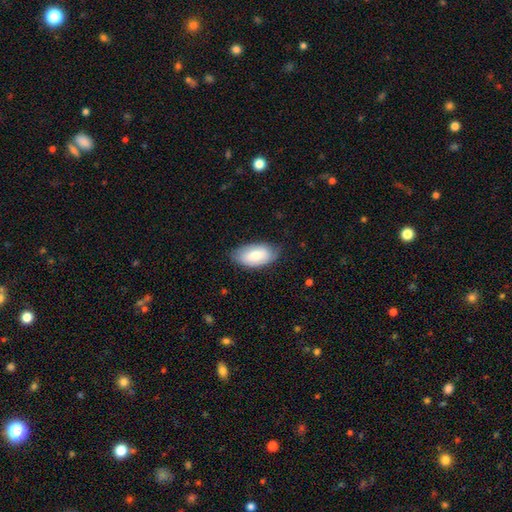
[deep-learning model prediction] Morphology: type=smooth (71%); roundness=in between (94%); merging=none (75%).